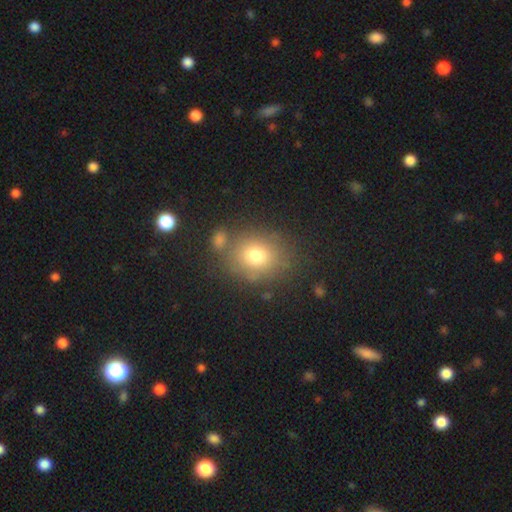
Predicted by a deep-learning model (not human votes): This appears to be a smooth galaxy with no disk features (76%) that is round (60%). Merging: none (70%).